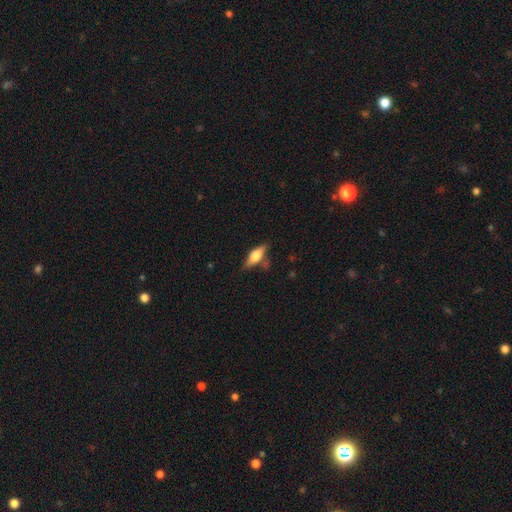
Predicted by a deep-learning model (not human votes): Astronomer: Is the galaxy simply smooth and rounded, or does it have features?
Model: featured or disk — 47% (runner-up: smooth, 46%).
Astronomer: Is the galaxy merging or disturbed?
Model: none — 68%.